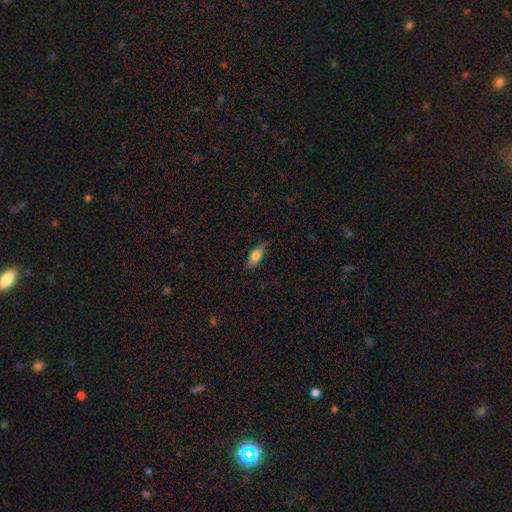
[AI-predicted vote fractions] Smooth or featured? smooth (76%)
How rounded? in between (76%)
Merging? none (81%)